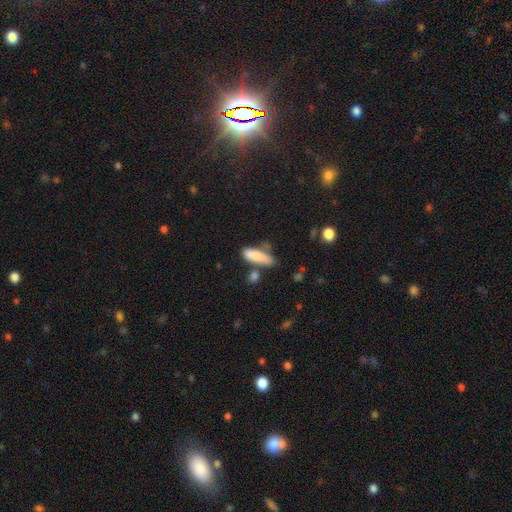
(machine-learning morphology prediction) Smooth or featured? Predicted: smooth (p=0.83). How rounded? Predicted: in between (p=0.49). Merging? Predicted: none (p=0.53).